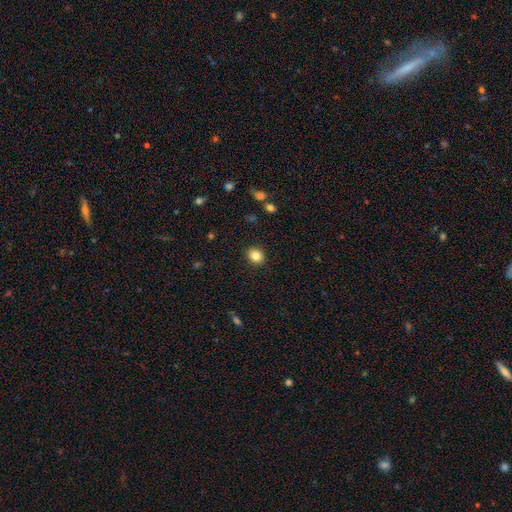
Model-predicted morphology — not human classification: Smooth or featured: smooth — 83% (star or artifact — 10%)
How rounded: round — 67% (in between — 32%)
Merging: none — 90% (minor disturbance — 7%)